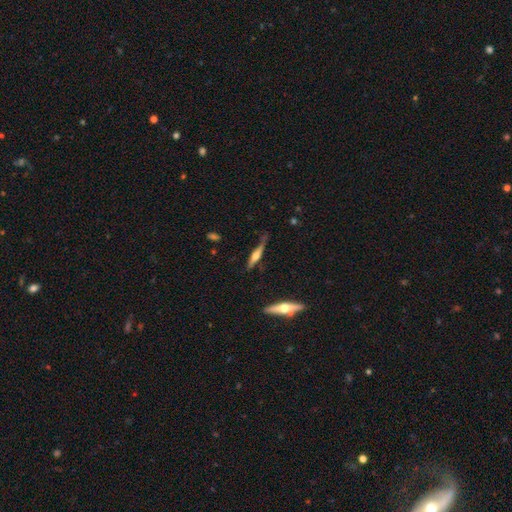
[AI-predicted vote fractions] smooth_or_featured: featured or disk (p=0.64) [alt: smooth p=0.30]
disk_edge_on: yes (p=0.95) [alt: no p=0.05]
edge_on_bulge: rounded (p=0.89) [alt: boxy p=0.07]
merging: none (p=0.68) [alt: minor disturbance p=0.22]